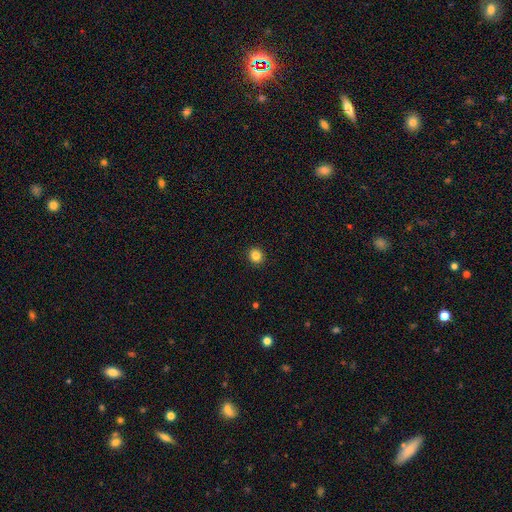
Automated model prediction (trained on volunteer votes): The model was most divided on "smooth or featured": smooth: 85%, star or artifact: 11%, featured or disk: 4%. More confident: merging — none (93%); how rounded — round (87%).